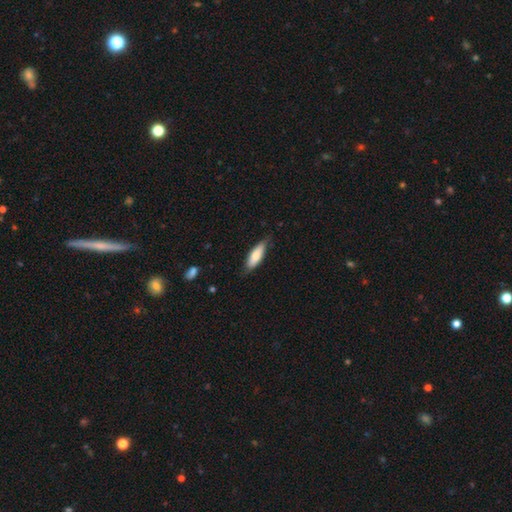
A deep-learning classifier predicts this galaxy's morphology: The model was most divided on "how rounded": in between: 58%, cigar-shaped: 40%, round: 2%. More confident: smooth or featured — smooth (78%); merging — none (76%).